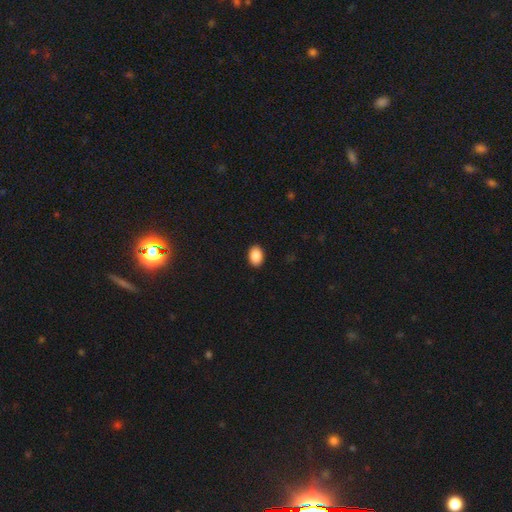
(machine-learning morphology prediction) Smooth or featured? smooth (89%)
How rounded? in between (81%)
Merging? none (91%)